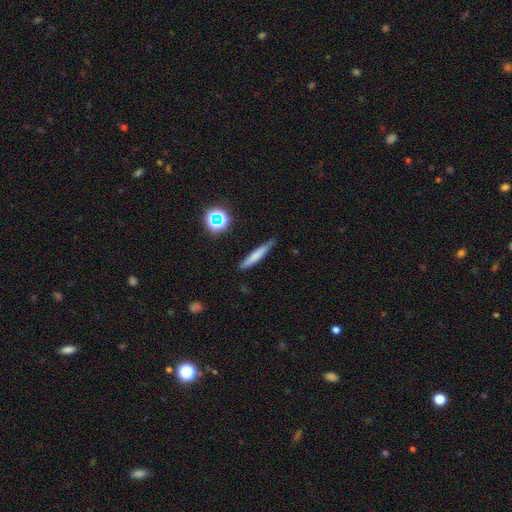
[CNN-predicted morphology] Q: Smooth or featured?
A: smooth (67%); runner-up: featured or disk (23%)
Q: How rounded?
A: cigar-shaped (92%); runner-up: in between (6%)
Q: Merging?
A: none (81%); runner-up: minor disturbance (15%)